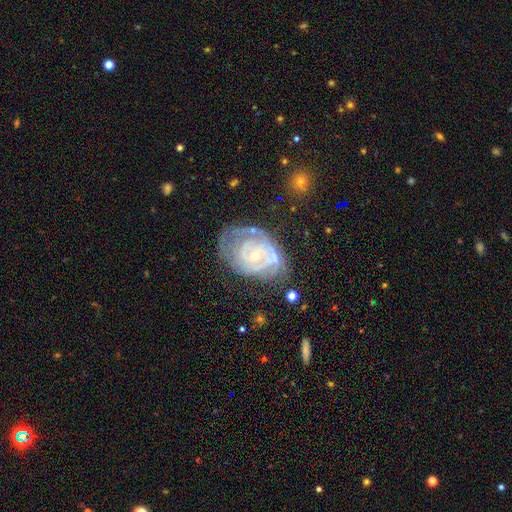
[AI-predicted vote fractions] smooth_or_featured: featured or disk (p=0.81) [alt: smooth p=0.12]
disk_edge_on: no (p=0.96) [alt: yes p=0.04]
bar: no (p=0.76) [alt: weak p=0.19]
has_spiral_arms: yes (p=0.82) [alt: no p=0.18]
spiral_winding: tight (p=0.70) [alt: medium p=0.23]
spiral_arm_count: can't tell (p=0.46) [alt: 2 p=0.25]
bulge_size: small (p=0.59) [alt: moderate p=0.37]
merging: none (p=0.49) [alt: minor disturbance p=0.27]